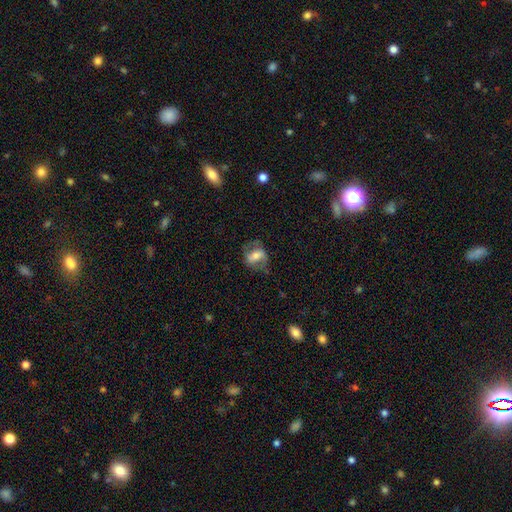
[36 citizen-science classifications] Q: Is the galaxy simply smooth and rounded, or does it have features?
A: smooth — 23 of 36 (64%).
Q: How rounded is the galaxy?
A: in between — 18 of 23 (78%).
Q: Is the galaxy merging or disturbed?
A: none — 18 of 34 (53%).